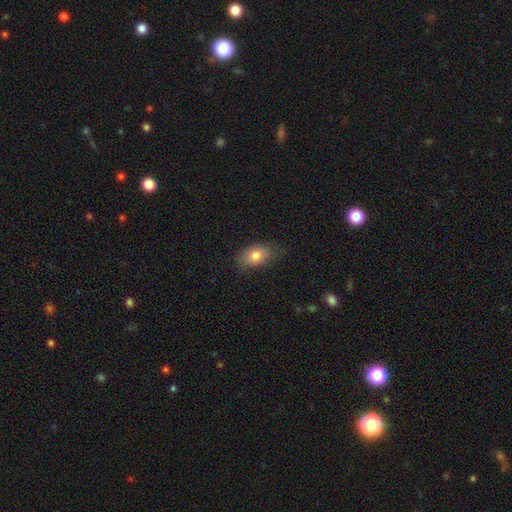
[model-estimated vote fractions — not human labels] Smooth or featured? smooth (79%)
How rounded? in between (85%)
Merging? none (73%)